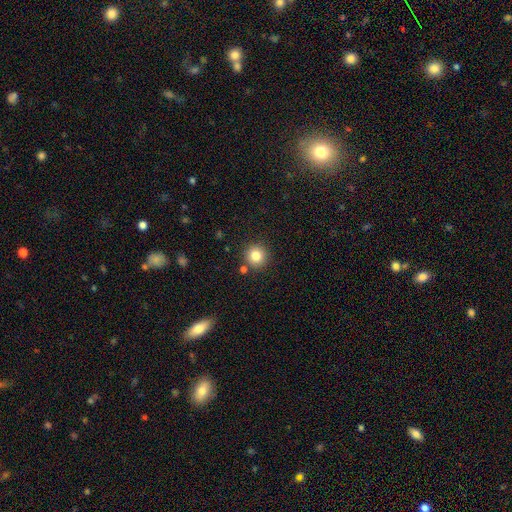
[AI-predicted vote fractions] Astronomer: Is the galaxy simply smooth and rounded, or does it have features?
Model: smooth — 83%.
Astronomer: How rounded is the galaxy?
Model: round — 94%.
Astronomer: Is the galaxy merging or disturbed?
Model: none — 86%.